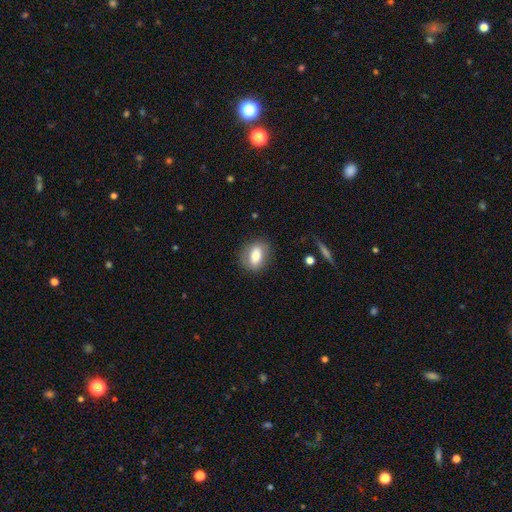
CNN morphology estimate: A smooth galaxy with no disk features (73%) that is in between round and cigar-shaped (74%). Merging: none (80%).